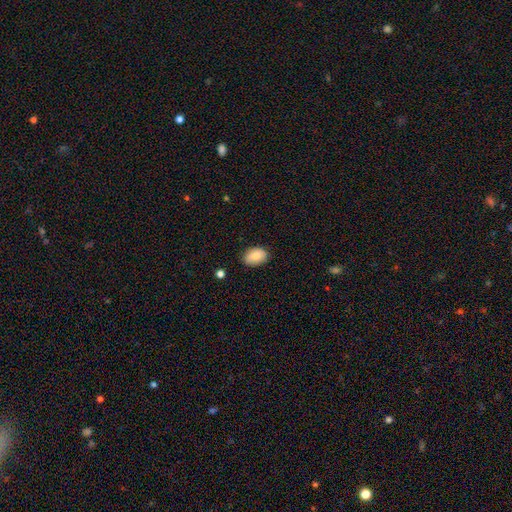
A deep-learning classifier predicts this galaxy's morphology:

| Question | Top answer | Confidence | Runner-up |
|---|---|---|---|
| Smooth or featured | smooth | 82% | featured or disk (11%) |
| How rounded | in between | 86% | round (13%) |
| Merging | none | 82% | minor disturbance (14%) |